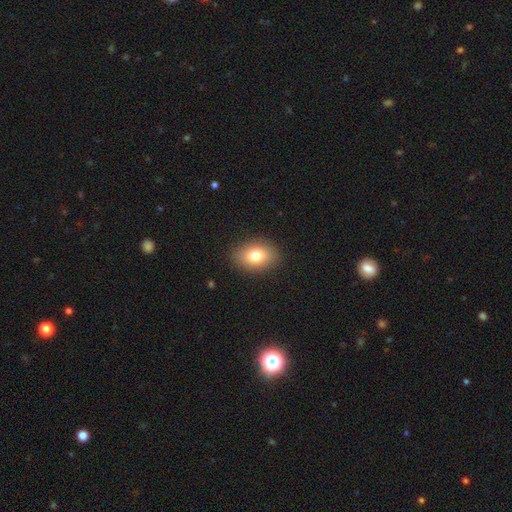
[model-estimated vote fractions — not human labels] smooth 78%, featured or disk 12%, star or artifact 10%. Down the decision tree: how rounded — in between (78%); merging — none (89%).